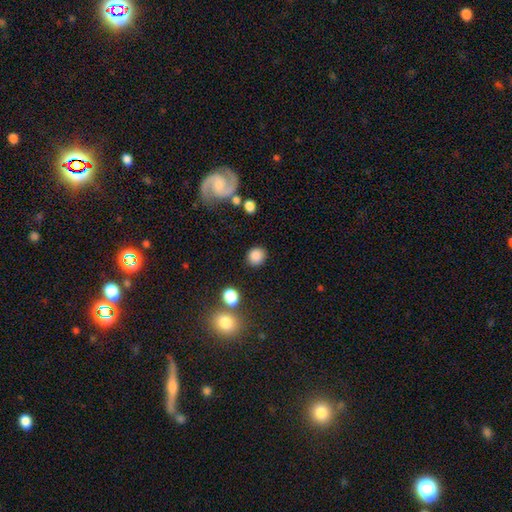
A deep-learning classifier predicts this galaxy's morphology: This appears to be a smooth galaxy with no disk features (84%) that is round (81%). Merging: none (83%).